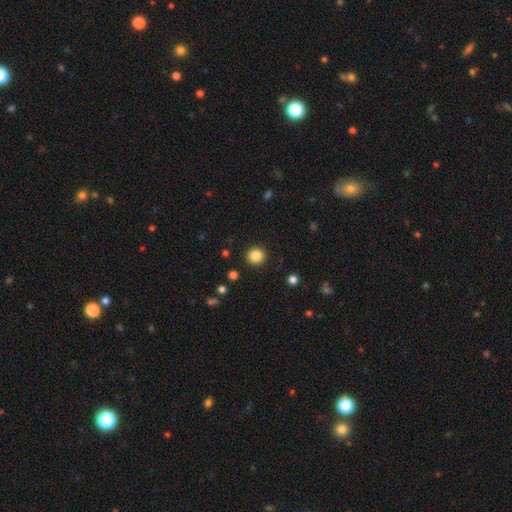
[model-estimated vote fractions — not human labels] A smooth galaxy with no disk features (86%) that is round (91%).

Vote fractions:
- Smooth or featured? smooth: 86% / star or artifact: 10% / featured or disk: 4%
- How rounded? round: 91% / in between: 8% / cigar-shaped: 1%
- Merging? none: 92% / minor disturbance: 5% / major disturbance: 2% / merger: 1%